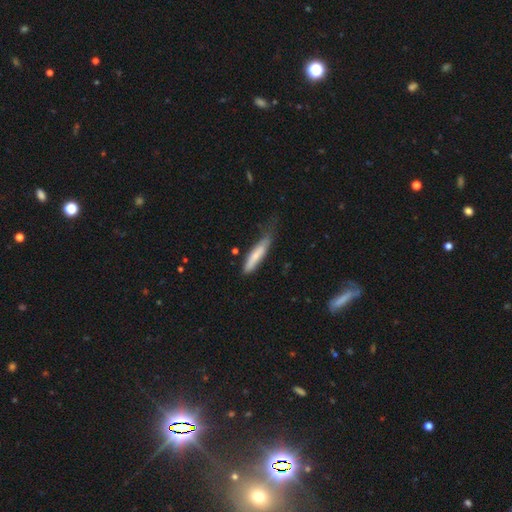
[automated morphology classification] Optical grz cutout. It shows a smooth galaxy with no disk features (72%) that is cigar-shaped (85%). Merging: none (47%).